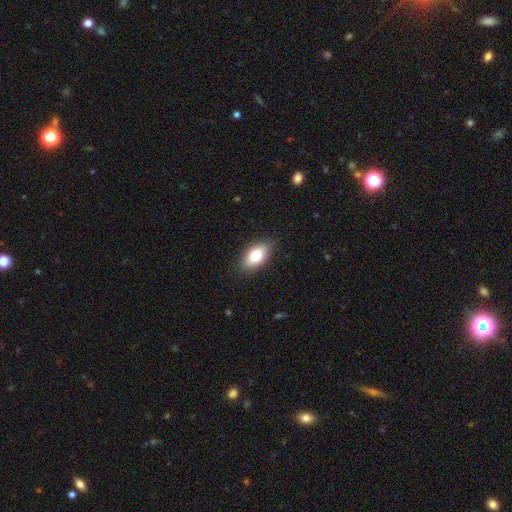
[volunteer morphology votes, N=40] This is clearly a smooth galaxy (80%). How rounded: clearly in between (84%). Merging: clearly none (87%).